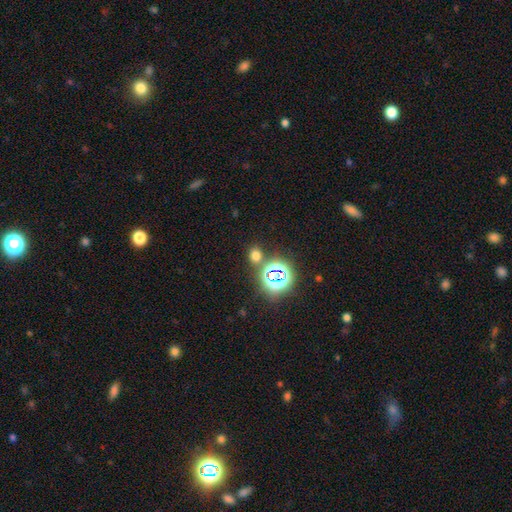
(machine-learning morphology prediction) Smooth or featured: smooth — 60% (star or artifact — 34%)
How rounded: round — 65% (in between — 33%)
Merging: none — 79% (merger — 9%)